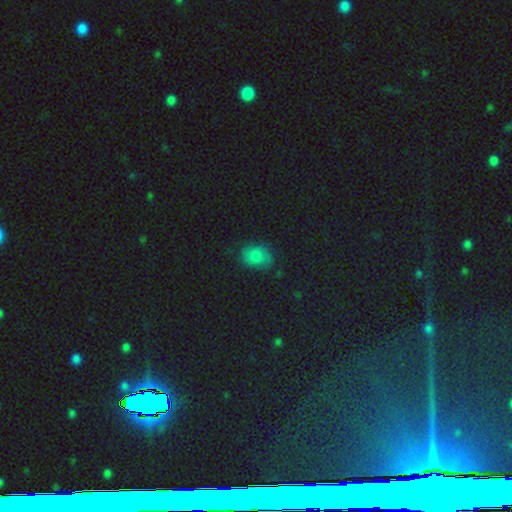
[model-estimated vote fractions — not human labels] Smooth or featured: smooth — 70% (star or artifact — 20%)
How rounded: in between — 68% (round — 31%)
Merging: none — 71% (minor disturbance — 21%)